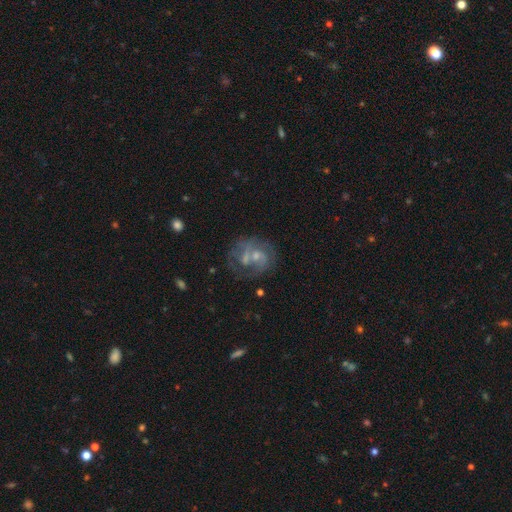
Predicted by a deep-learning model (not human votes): Smooth or featured?
  - featured or disk: 73% *
  - smooth: 15%
  - star or artifact: 12%
Edge-on disk?
  - no: 98% *
  - yes: 2%
Bar?
  - no: 53% *
  - weak: 38%
  - strong: 8%
Spiral arms?
  - yes: 82% *
  - no: 18%
Spiral winding?
  - medium: 45% *
  - tight: 36%
  - loose: 18%
Spiral arm count?
  - 2: 47% *
  - can't tell: 27%
  - 3: 12%
  - 1: 7%
  - 4: 4%
  - more than 4: 3%
Bulge size?
  - small: 53% *
  - moderate: 35%
  - none: 8%
  - large: 2%
  - dominant: 1%
Merging?
  - none: 59% *
  - minor disturbance: 16%
  - major disturbance: 13%
  - merger: 11%